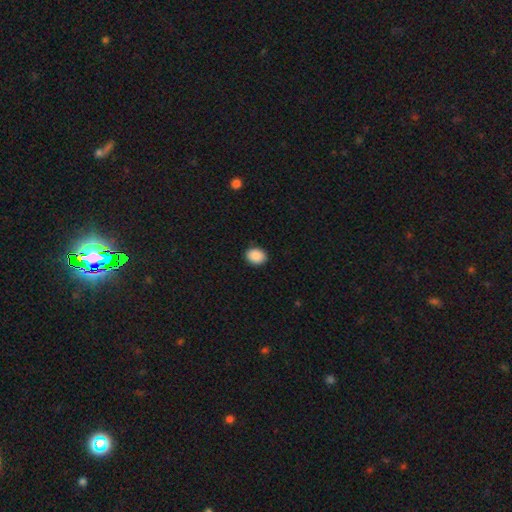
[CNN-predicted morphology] Q: Smooth or featured?
A: smooth (90%); runner-up: star or artifact (8%)
Q: How rounded?
A: in between (54%); runner-up: round (45%)
Q: Merging?
A: none (90%); runner-up: minor disturbance (7%)